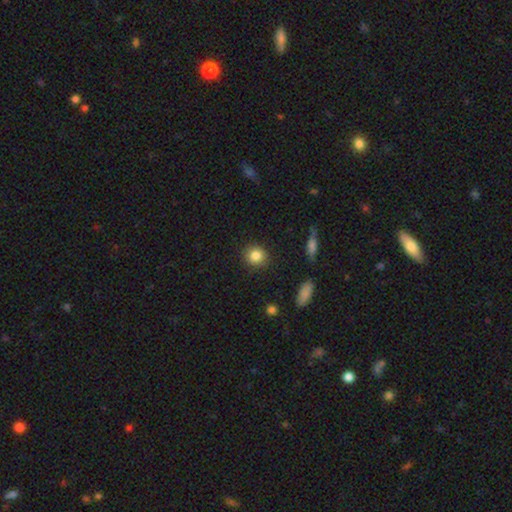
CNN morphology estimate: smooth 84%, star or artifact 10%, featured or disk 6%. Down the decision tree: how rounded — round (84%); merging — none (89%).